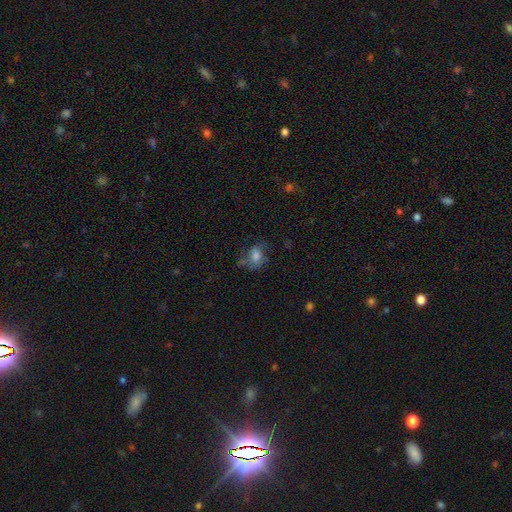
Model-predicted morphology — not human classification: The model was most divided on "merging": none: 49%, minor disturbance: 26%, major disturbance: 20%, merger: 5%. More confident: how rounded — in between (67%); smooth or featured — smooth (60%).